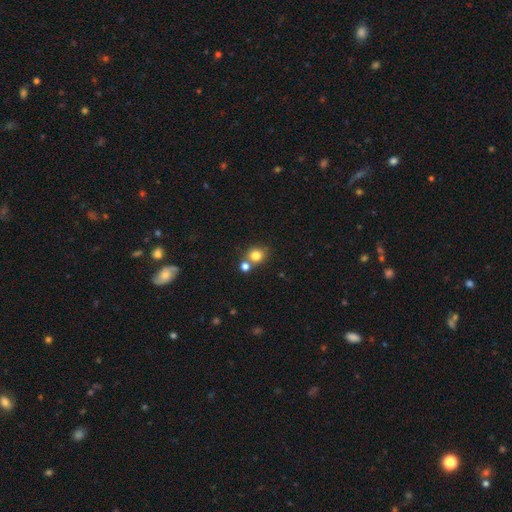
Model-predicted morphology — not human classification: The model was most divided on "merging": none: 61%, merger: 26%, minor disturbance: 10%, major disturbance: 3%. More confident: smooth or featured — smooth (80%); how rounded — round (75%).